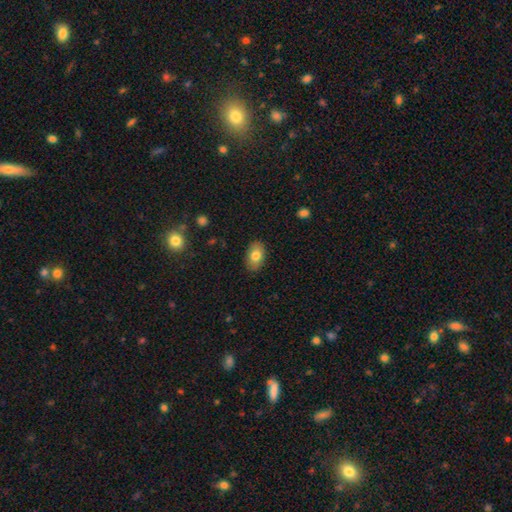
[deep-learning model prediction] Morphology: type=smooth (79%); roundness=in between (90%); merging=none (87%).